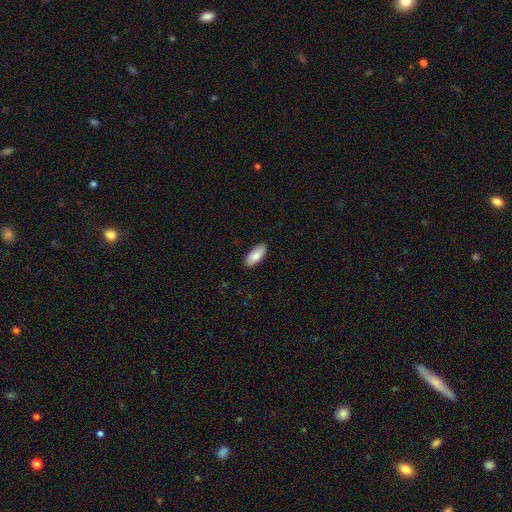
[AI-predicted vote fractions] smooth 85%, featured or disk 9%, star or artifact 6%. Down the decision tree: how rounded — in between (90%); merging — none (89%).